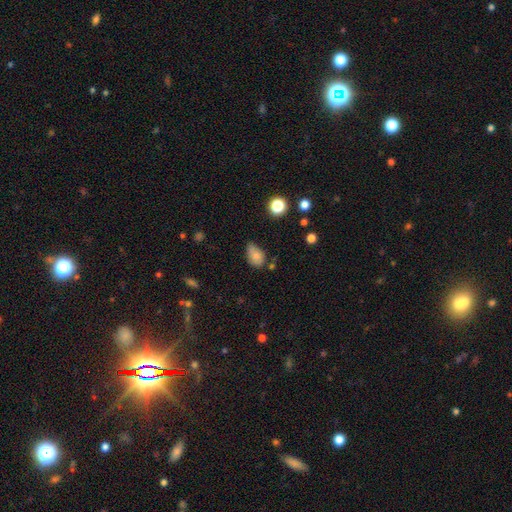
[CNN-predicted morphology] Overall: smooth (77%). How rounded: in between (82%). Merging: none (44%; minor disturbance 40%).